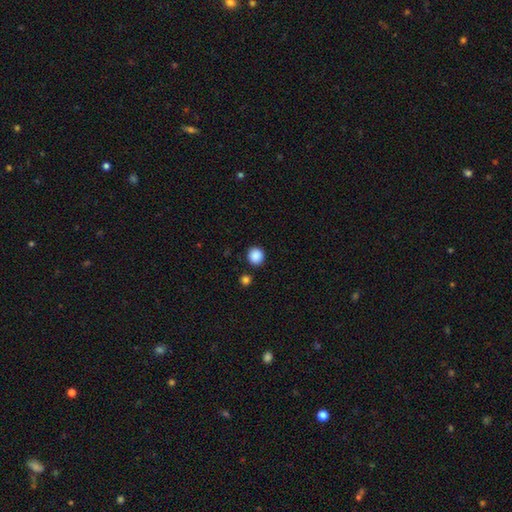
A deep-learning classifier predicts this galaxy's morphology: A smooth galaxy with no disk features (88%) that is round (88%).

Vote fractions:
- Smooth or featured? smooth: 88% / star or artifact: 9% / featured or disk: 2%
- How rounded? round: 88% / in between: 11% / cigar-shaped: 1%
- Merging? none: 88% / minor disturbance: 6% / merger: 3% / major disturbance: 2%